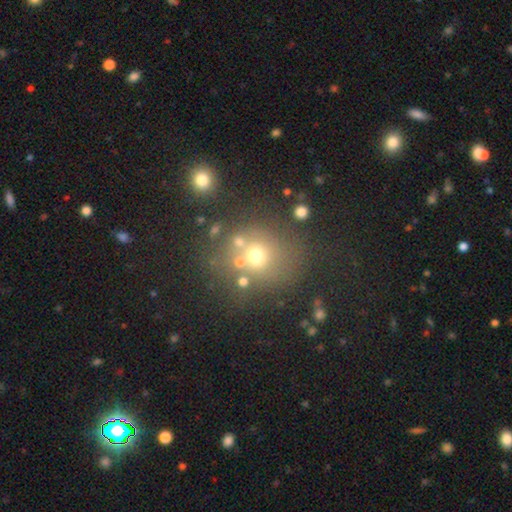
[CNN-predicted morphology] Smooth or featured: smooth — 60% (star or artifact — 24%)
How rounded: round — 82% (in between — 17%)
Merging: none — 65% (merger — 15%)